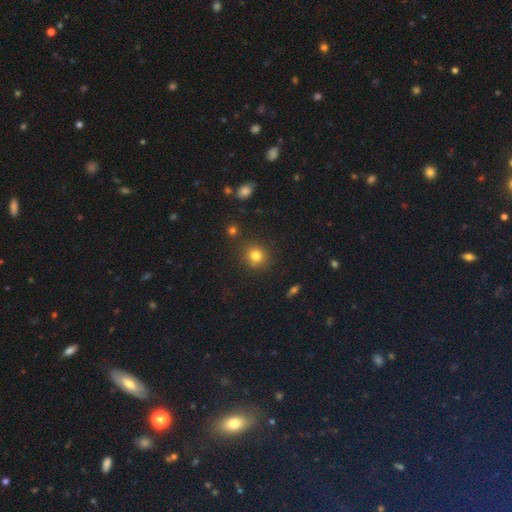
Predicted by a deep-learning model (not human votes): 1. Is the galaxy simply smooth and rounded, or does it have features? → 80% smooth, 14% star or artifact, 7% featured or disk.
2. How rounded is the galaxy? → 82% round, 17% in between, 1% cigar-shaped.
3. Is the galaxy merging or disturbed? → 83% none, 9% minor disturbance, 4% merger, 3% major disturbance.